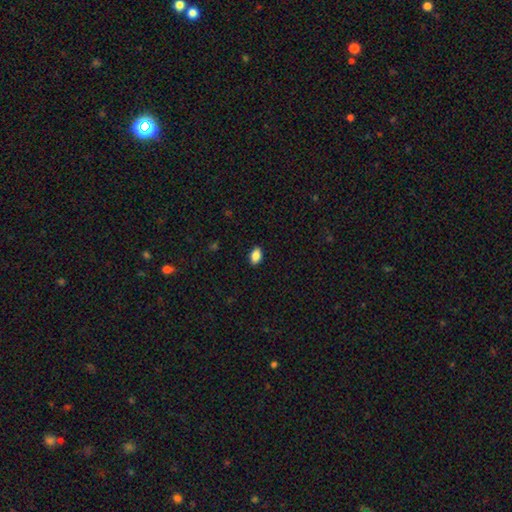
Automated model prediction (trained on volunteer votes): Morphology: type=smooth (87%); roundness=in between (87%); merging=none (89%).